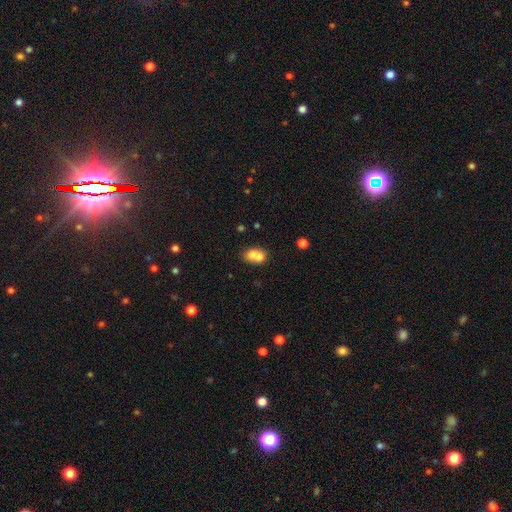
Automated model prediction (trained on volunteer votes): This appears to be a smooth galaxy with no disk features (71%) that is in between round and cigar-shaped (55%). Merging: merger (64%).